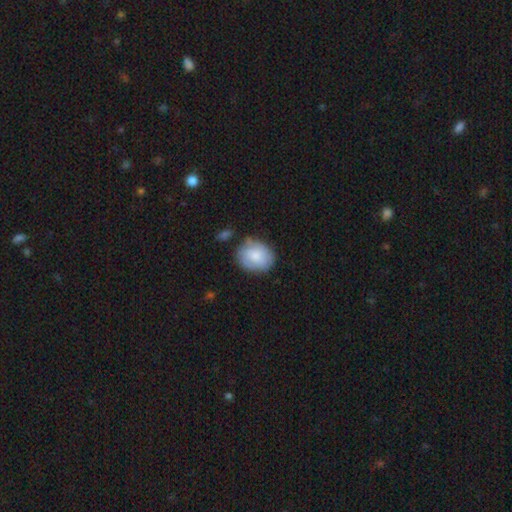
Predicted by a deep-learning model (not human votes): Morphology: type=smooth (71%); roundness=round (55%); merging=none (68%).